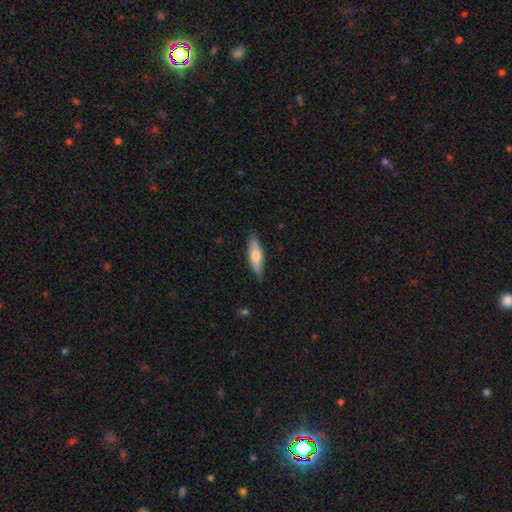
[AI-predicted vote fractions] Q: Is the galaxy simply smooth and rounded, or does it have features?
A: smooth — 63%.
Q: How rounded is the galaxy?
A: cigar-shaped — 61%.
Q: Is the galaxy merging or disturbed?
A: none — 86%.